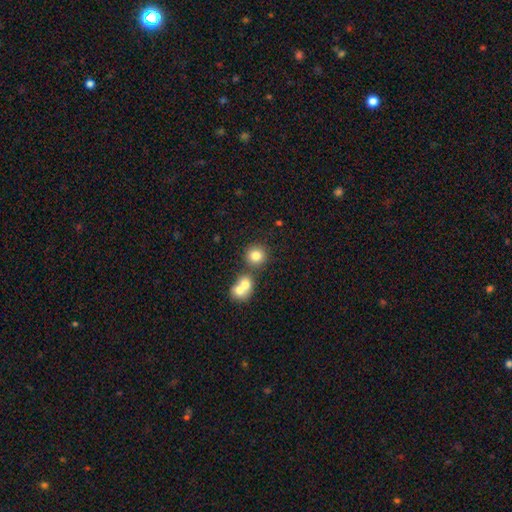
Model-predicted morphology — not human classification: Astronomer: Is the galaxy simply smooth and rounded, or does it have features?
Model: smooth — 79%.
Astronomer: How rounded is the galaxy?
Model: round — 89%.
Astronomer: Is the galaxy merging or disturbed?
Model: none — 65%.